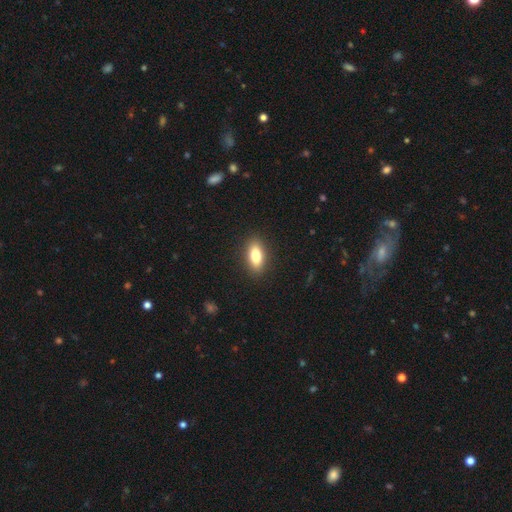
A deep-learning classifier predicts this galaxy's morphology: The model was most divided on "smooth or featured": smooth: 81%, featured or disk: 12%, star or artifact: 7%. More confident: merging — none (89%); how rounded — in between (83%).